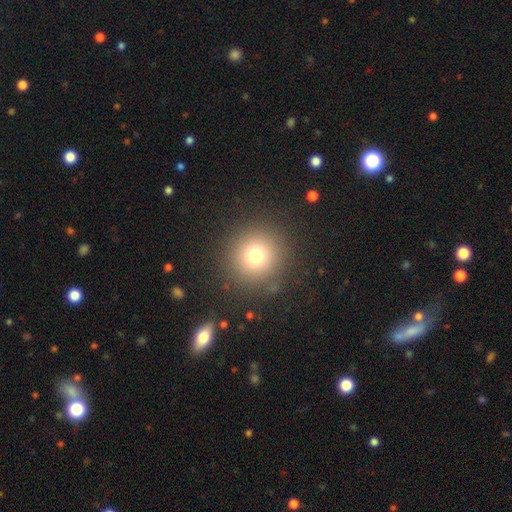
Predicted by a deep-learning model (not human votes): smooth_or_featured: smooth (p=0.75) [alt: star or artifact p=0.15]
how_rounded: round (p=0.94) [alt: in between p=0.05]
merging: none (p=0.88) [alt: minor disturbance p=0.07]